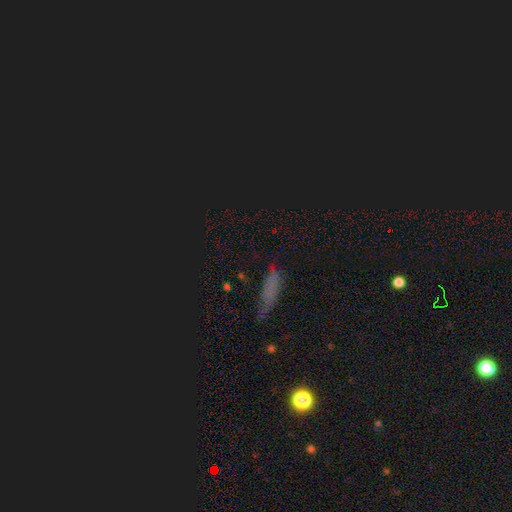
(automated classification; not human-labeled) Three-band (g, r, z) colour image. It shows a star or artifact, not a galaxy (50%).